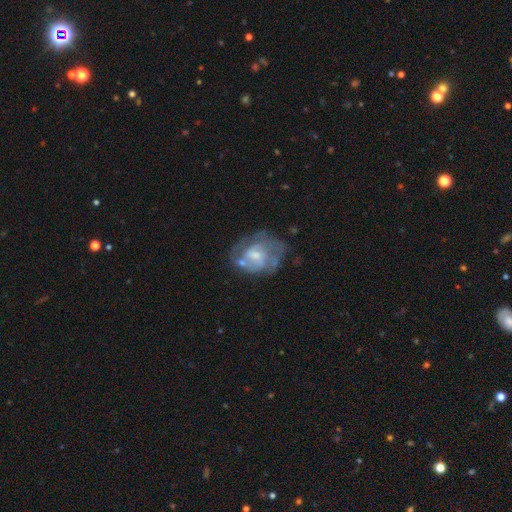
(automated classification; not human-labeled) A featured or disk galaxy (68%) with no bar (47%), spiral arms (65%) and a small central bulge (43%). Merging: none (47%).